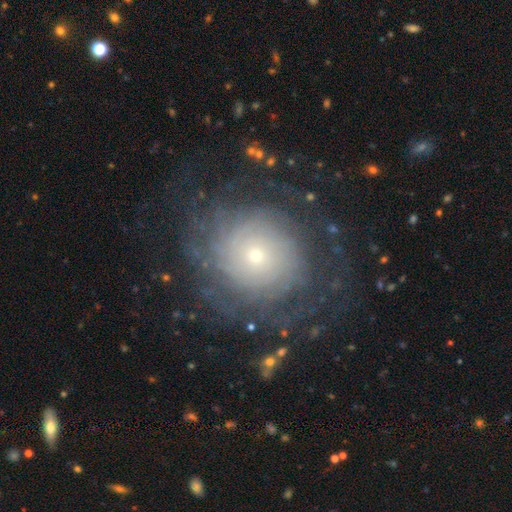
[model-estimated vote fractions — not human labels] smooth_or_featured: featured or disk (p=0.70) [alt: smooth p=0.20]
disk_edge_on: no (p=0.97) [alt: yes p=0.03]
bar: no (p=0.85) [alt: weak p=0.12]
has_spiral_arms: yes (p=0.89) [alt: no p=0.11]
spiral_winding: tight (p=0.76) [alt: medium p=0.17]
spiral_arm_count: can't tell (p=0.50) [alt: more than 4 p=0.17]
bulge_size: small (p=0.73) [alt: moderate p=0.21]
merging: none (p=0.74) [alt: minor disturbance p=0.14]